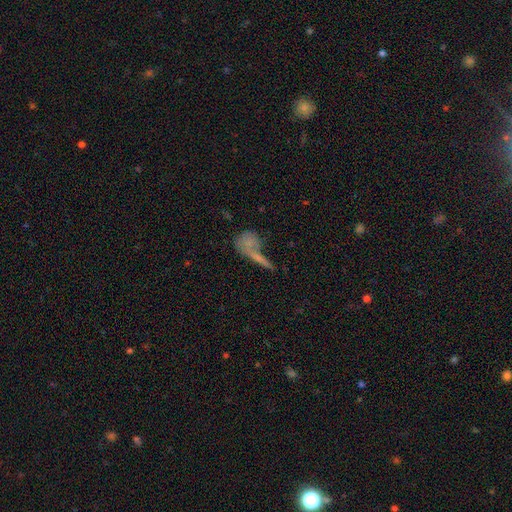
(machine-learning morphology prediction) Smooth or featured?
  - smooth: 51% *
  - featured or disk: 30%
  - star or artifact: 19%
How rounded?
  - in between: 35% *
  - cigar-shaped: 34%
  - round: 31%
Merging?
  - none: 40% *
  - merger: 38%
  - minor disturbance: 11%
  - major disturbance: 10%